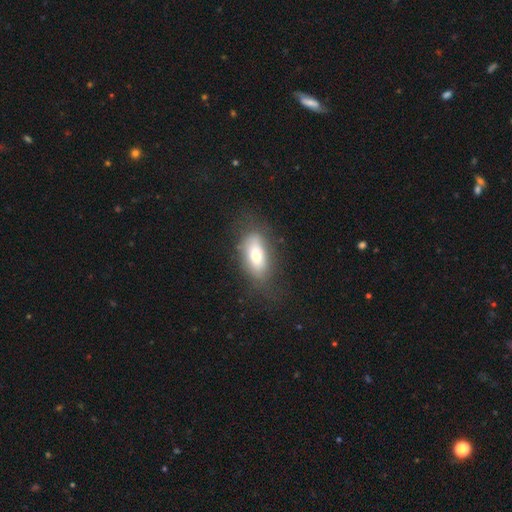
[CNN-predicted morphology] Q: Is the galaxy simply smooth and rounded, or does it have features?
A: smooth — 66%.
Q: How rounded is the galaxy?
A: in between — 86%.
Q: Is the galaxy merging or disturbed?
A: none — 68%.